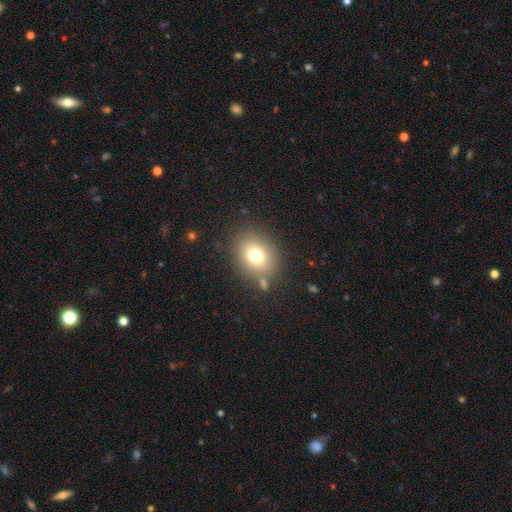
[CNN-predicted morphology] smooth-or-featured: smooth: 74% | featured or disk: 13% | star or artifact: 13%
  how-rounded: round: 51% | in between: 48% | cigar-shaped: 1%
  merging: none: 79% | minor disturbance: 11% | merger: 6% | major disturbance: 5%